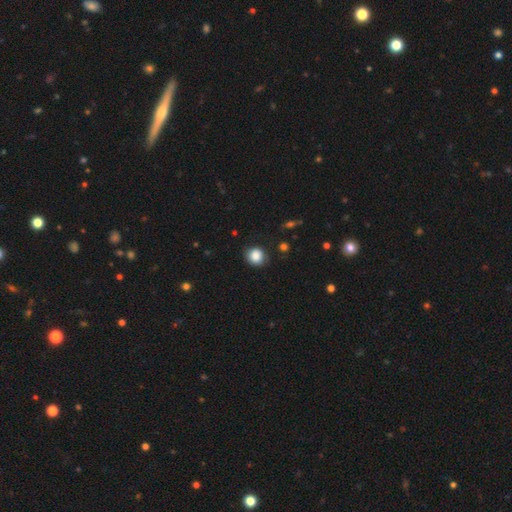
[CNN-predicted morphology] This appears to be a smooth galaxy with no disk features (86%) that is round (82%). Merging: none (83%).